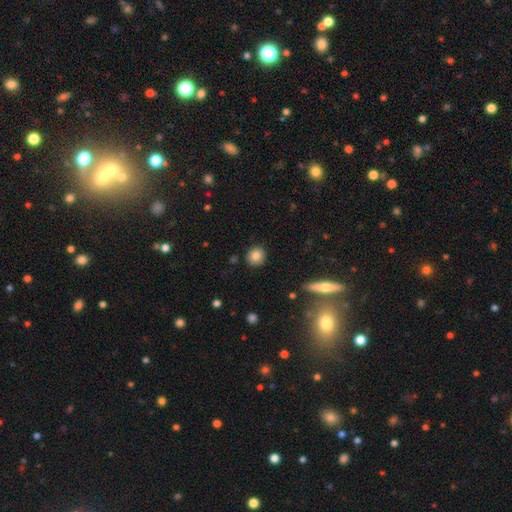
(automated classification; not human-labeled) Overall: smooth (82%). How rounded: round (89%). Merging: none (89%).